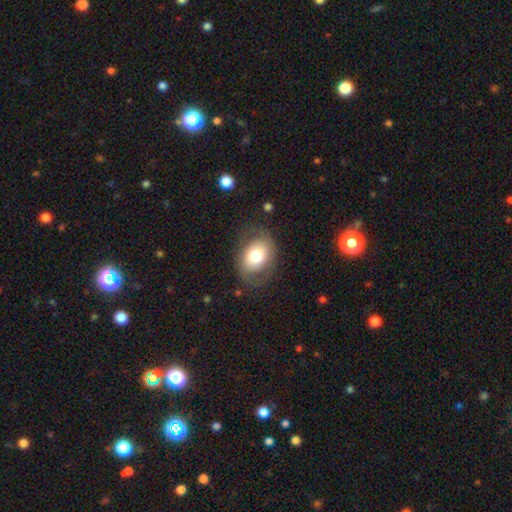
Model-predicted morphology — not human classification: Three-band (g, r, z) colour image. It shows a smooth galaxy with no disk features (65%) that is in between round and cigar-shaped (69%). Merging: none (73%).